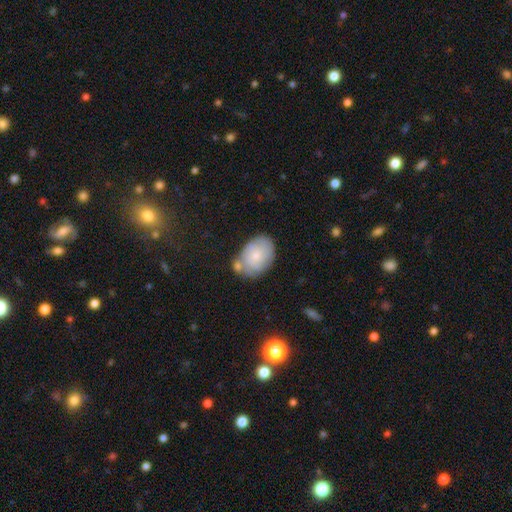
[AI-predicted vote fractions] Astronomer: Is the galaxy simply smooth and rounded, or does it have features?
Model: smooth — 67%.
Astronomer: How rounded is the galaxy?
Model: in between — 83%.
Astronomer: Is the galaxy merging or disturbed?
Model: none — 59%.